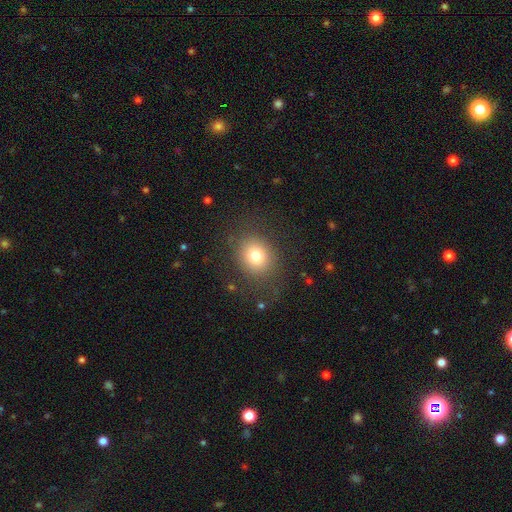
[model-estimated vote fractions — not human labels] Overall: smooth (76%). How rounded: round (69%; in between 30%). Merging: none (81%).